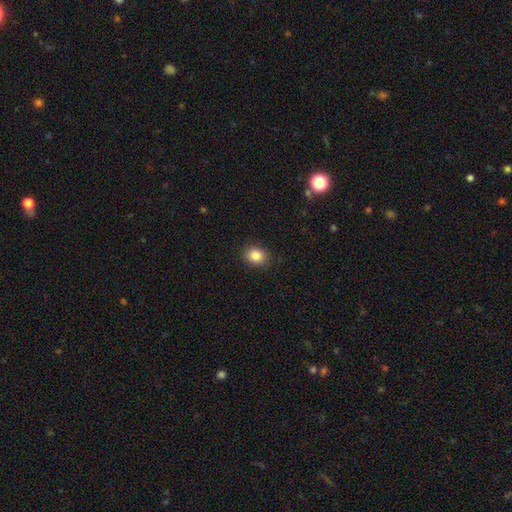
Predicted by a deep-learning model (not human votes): smooth_or_featured: smooth (p=0.85) [alt: star or artifact p=0.10]
how_rounded: round (p=0.55) [alt: in between p=0.44]
merging: none (p=0.88) [alt: minor disturbance p=0.08]